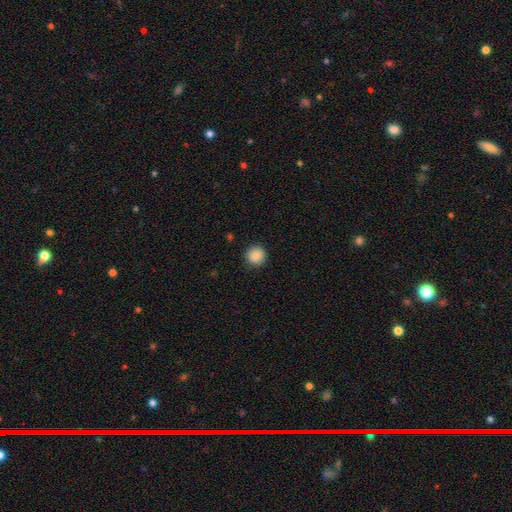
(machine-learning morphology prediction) Overall: smooth (88%). How rounded: round (95%). Merging: none (91%).